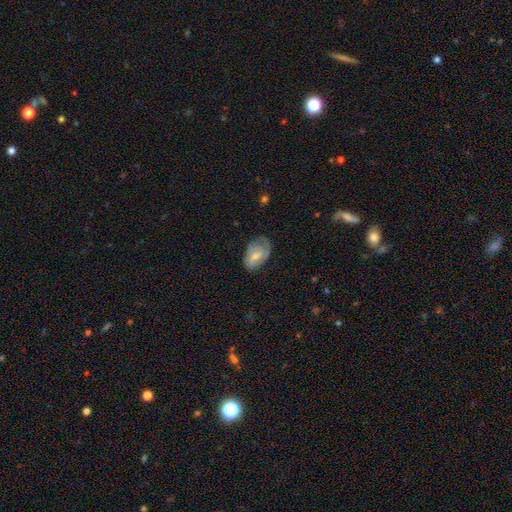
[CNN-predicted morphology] This is possibly a smooth galaxy (51%). How rounded: clearly in between (88%). Merging: possibly none (54%).